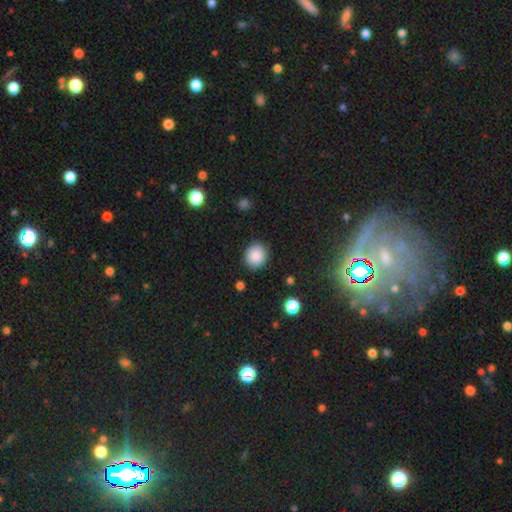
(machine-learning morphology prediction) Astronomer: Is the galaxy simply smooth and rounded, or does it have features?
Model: smooth — 87%.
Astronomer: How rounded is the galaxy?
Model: round — 81%.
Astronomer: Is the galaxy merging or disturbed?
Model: none — 88%.